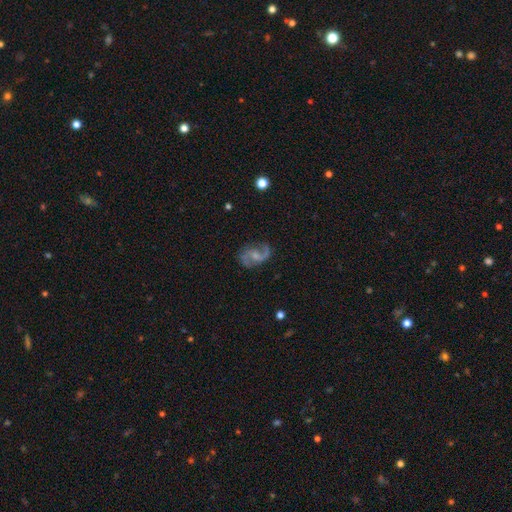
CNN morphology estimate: Smooth or featured? featured or disk (85%)
Edge-on disk? no (98%)
Bar? no (47%)
Spiral arms? yes (96%)
Spiral winding? loose (50%)
Spiral arm count? 2 (90%)
Bulge size? small (58%)
Merging? none (74%)